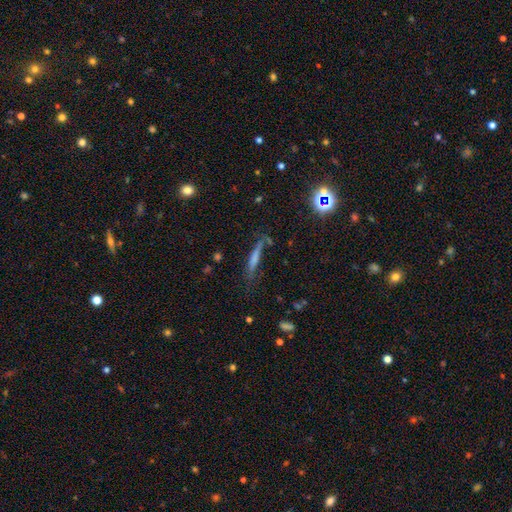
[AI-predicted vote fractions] Smooth or featured? smooth (45%)
Merging? none (65%)